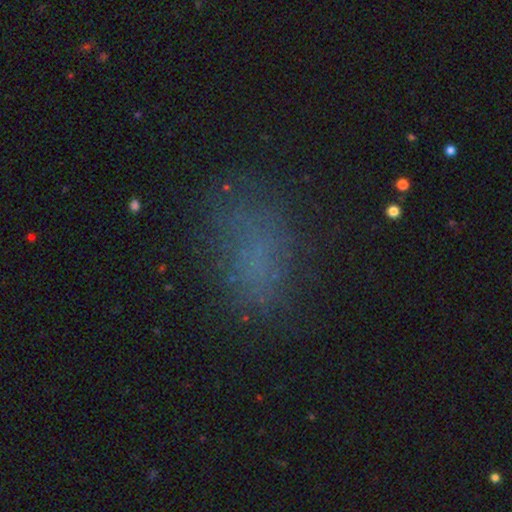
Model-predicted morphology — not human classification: type=smooth (62%); roundness=in between (84%); merging=none (67%).